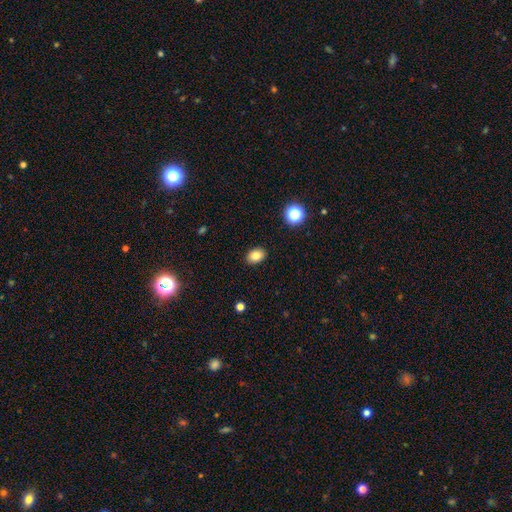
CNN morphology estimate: Smooth or featured?
  - smooth: 84% *
  - star or artifact: 10%
  - featured or disk: 6%
How rounded?
  - in between: 74% *
  - round: 25%
  - cigar-shaped: 1%
Merging?
  - none: 90% *
  - minor disturbance: 7%
  - major disturbance: 2%
  - merger: 1%